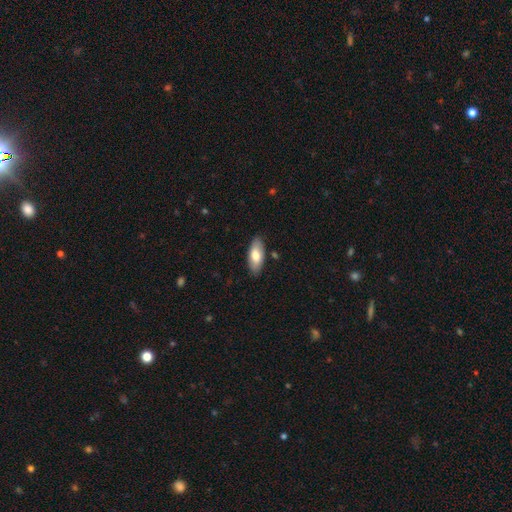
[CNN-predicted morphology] Smooth or featured? Predicted: smooth (p=0.75). How rounded? Predicted: in between (p=0.85). Merging? Predicted: none (p=0.85).